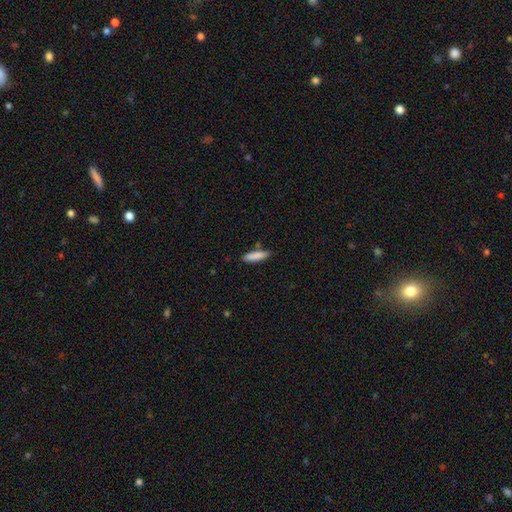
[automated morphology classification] Q: Smooth or featured?
A: smooth (87%); runner-up: featured or disk (7%)
Q: How rounded?
A: cigar-shaped (69%); runner-up: in between (29%)
Q: Merging?
A: none (81%); runner-up: minor disturbance (13%)